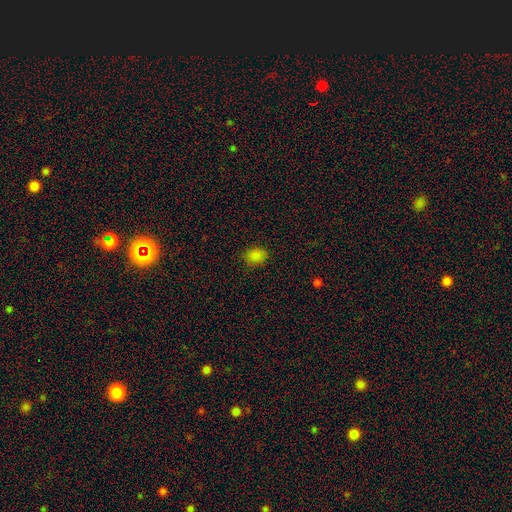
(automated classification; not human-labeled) smooth 83%, star or artifact 13%, featured or disk 4%. Down the decision tree: how rounded — in between (64%); merging — none (85%).